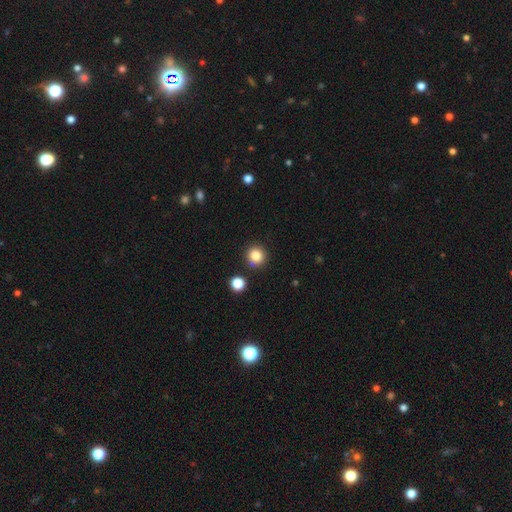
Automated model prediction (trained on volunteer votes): This is clearly a smooth galaxy (84%). How rounded: clearly round (92%). Merging: clearly none (87%).